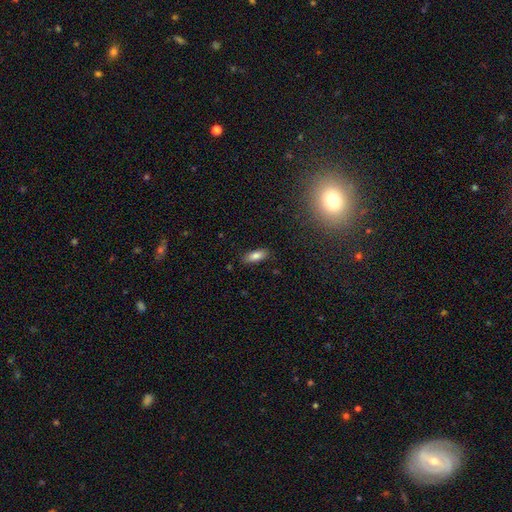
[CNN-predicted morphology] Smooth or featured: smooth — 81% (featured or disk — 10%)
How rounded: in between — 77% (cigar-shaped — 20%)
Merging: none — 85% (minor disturbance — 11%)